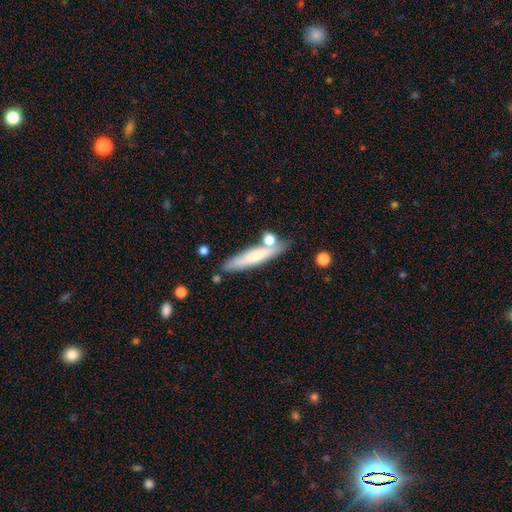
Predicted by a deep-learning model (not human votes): This appears to be a smooth galaxy with no disk features (61%) that is cigar-shaped (86%). Merging: none (70%).